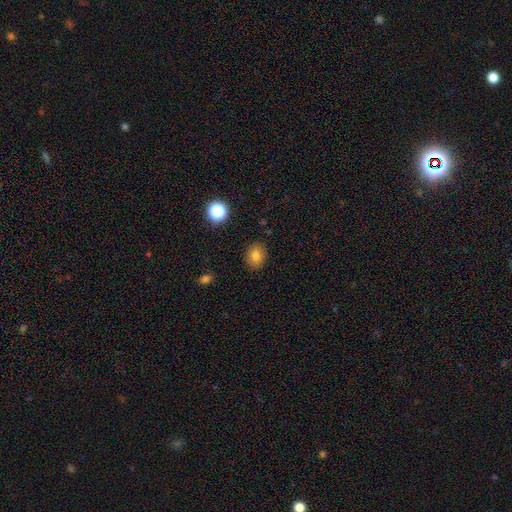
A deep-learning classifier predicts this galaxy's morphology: The model was most divided on "how rounded": in between: 51%, round: 48%, cigar-shaped: 1%. More confident: merging — none (88%); smooth or featured — smooth (80%).